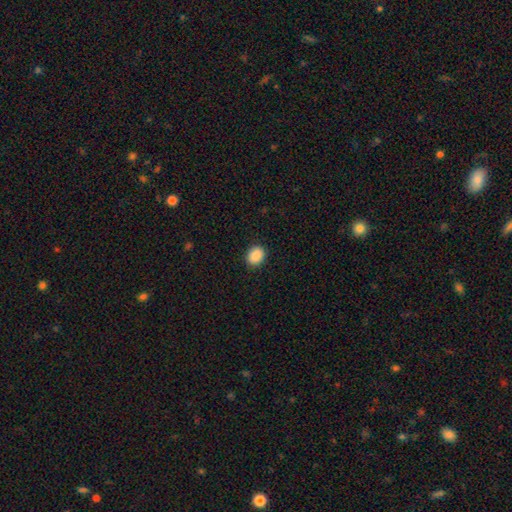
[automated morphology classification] Smooth or featured? Predicted: smooth (p=0.89). How rounded? Predicted: round (p=0.53). Merging? Predicted: none (p=0.90).